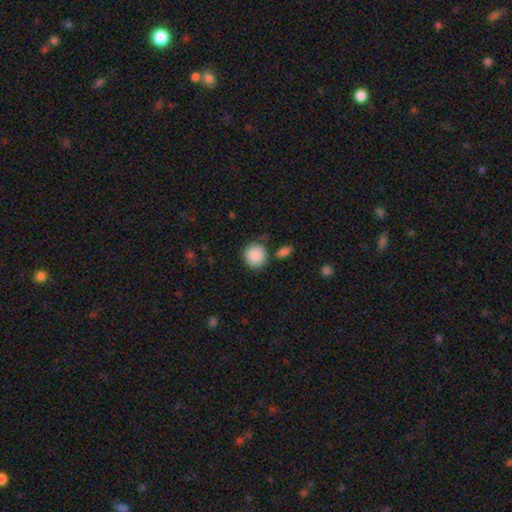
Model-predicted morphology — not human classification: This is clearly a smooth galaxy (88%). How rounded: clearly round (88%). Merging: likely none (79%).